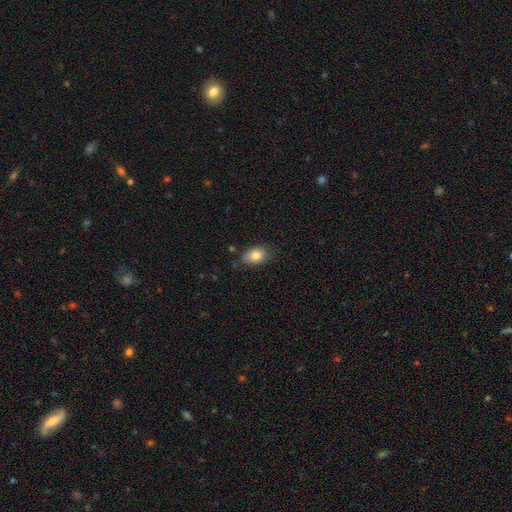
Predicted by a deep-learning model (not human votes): smooth-or-featured: smooth: 82% | featured or disk: 10% | star or artifact: 8%
  how-rounded: in between: 82% | round: 16% | cigar-shaped: 2%
  merging: none: 75% | minor disturbance: 20% | major disturbance: 4% | merger: 2%